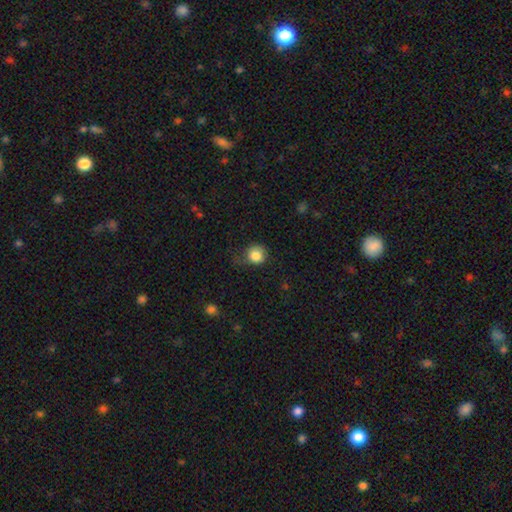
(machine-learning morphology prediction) Smooth or featured?
  - smooth: 84% *
  - star or artifact: 9%
  - featured or disk: 7%
How rounded?
  - round: 84% *
  - in between: 15%
  - cigar-shaped: 1%
Merging?
  - none: 59% *
  - minor disturbance: 27%
  - major disturbance: 12%
  - merger: 2%